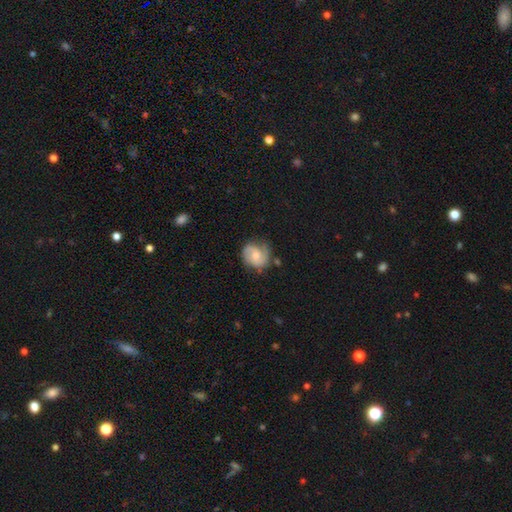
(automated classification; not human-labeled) smooth_or_featured: featured or disk (p=0.63) [alt: smooth p=0.30]
disk_edge_on: no (p=0.98) [alt: yes p=0.02]
bar: no (p=0.61) [alt: weak p=0.34]
has_spiral_arms: yes (p=0.91) [alt: no p=0.09]
spiral_winding: medium (p=0.44) [alt: tight p=0.36]
spiral_arm_count: 2 (p=0.78) [alt: can't tell p=0.10]
bulge_size: moderate (p=0.54) [alt: small p=0.39]
merging: none (p=0.68) [alt: minor disturbance p=0.22]